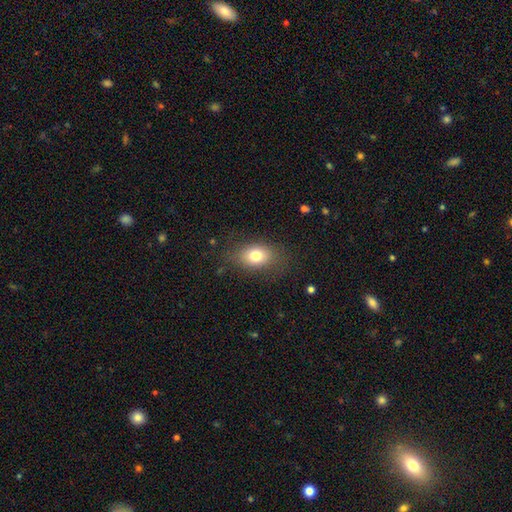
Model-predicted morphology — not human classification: Smooth or featured?
  - smooth: 77% *
  - featured or disk: 12%
  - star or artifact: 10%
How rounded?
  - in between: 75% *
  - round: 23%
  - cigar-shaped: 2%
Merging?
  - none: 78% *
  - minor disturbance: 15%
  - major disturbance: 6%
  - merger: 1%